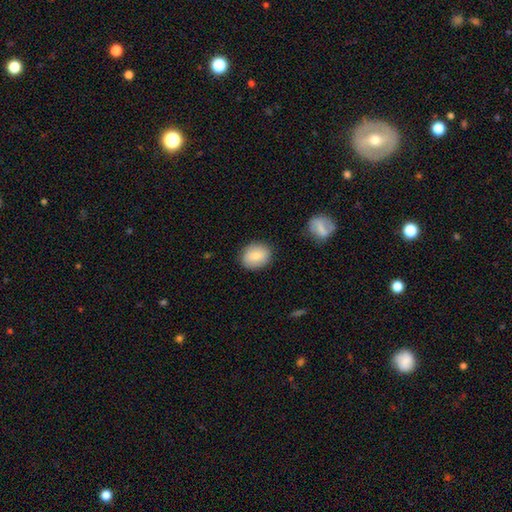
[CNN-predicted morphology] smooth-or-featured: smooth: 81% | featured or disk: 11% | star or artifact: 7%
  how-rounded: round: 55% | in between: 44% | cigar-shaped: 1%
  merging: none: 85% | minor disturbance: 10% | major disturbance: 3% | merger: 2%